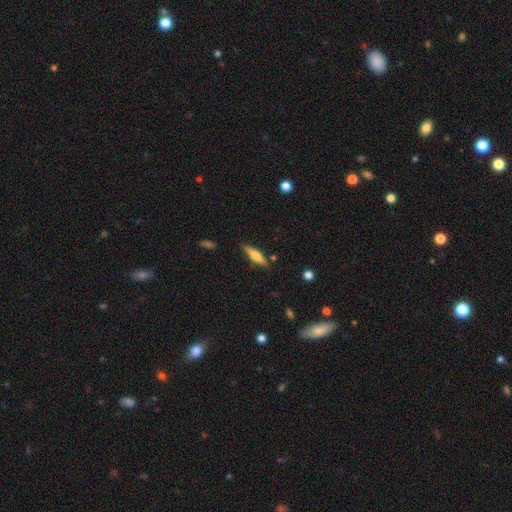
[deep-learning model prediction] Smooth or featured: smooth — 52% (featured or disk — 42%)
How rounded: cigar-shaped — 70% (in between — 28%)
Merging: none — 85% (minor disturbance — 11%)